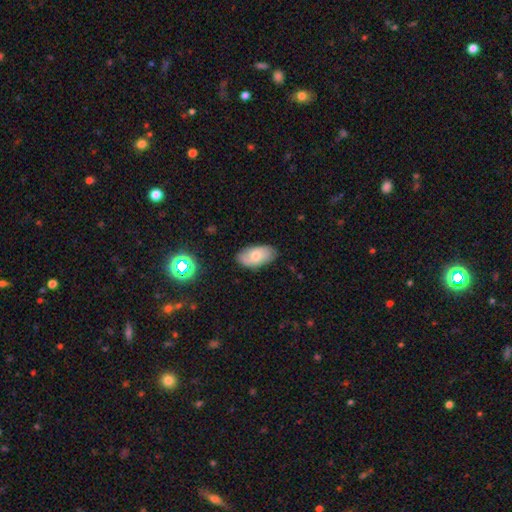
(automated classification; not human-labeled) smooth-or-featured: smooth: 63% | featured or disk: 30% | star or artifact: 8%
  how-rounded: in between: 94% | round: 4% | cigar-shaped: 3%
  merging: none: 79% | minor disturbance: 16% | major disturbance: 3% | merger: 1%